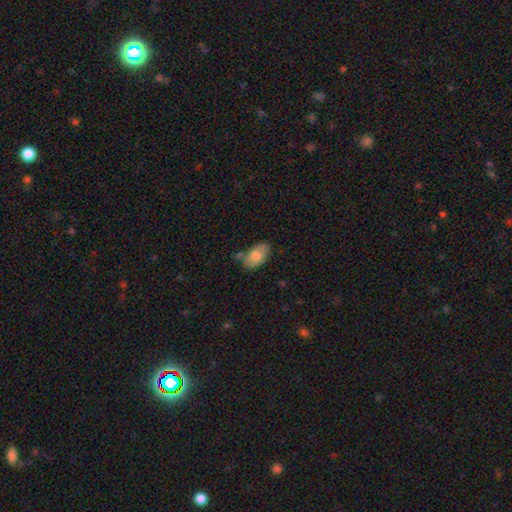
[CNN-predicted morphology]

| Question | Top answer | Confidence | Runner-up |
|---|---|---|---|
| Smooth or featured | smooth | 71% | featured or disk (23%) |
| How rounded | in between | 92% | round (6%) |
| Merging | none | 57% | minor disturbance (28%) |